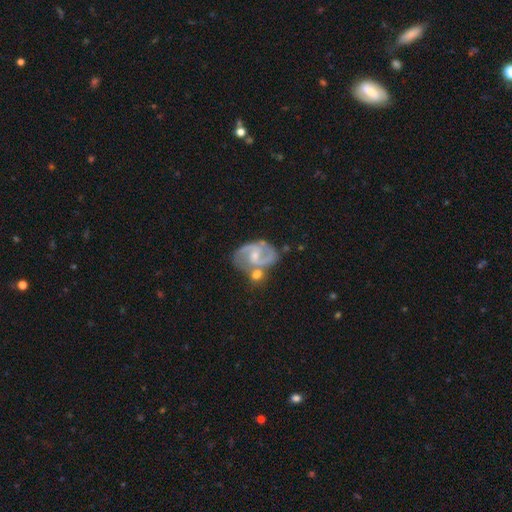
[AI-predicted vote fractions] smooth-or-featured: featured or disk: 86% | smooth: 8% | star or artifact: 5%
  disk-edge-on: no: 98% | yes: 2%
    bar: weak: 51% | no: 36% | strong: 14%
    has-spiral-arms: yes: 95% | no: 5%
      spiral-winding: medium: 60% | loose: 21% | tight: 20%
      spiral-arm-count: 2: 89% | can't tell: 4% | 3: 3% | 1: 2% | 4: 1% | more than 4: 1%
    bulge-size: small: 53% | moderate: 41% | none: 4% | large: 2% | dominant: 1%
  merging: none: 47% | merger: 26% | minor disturbance: 19% | major disturbance: 9%